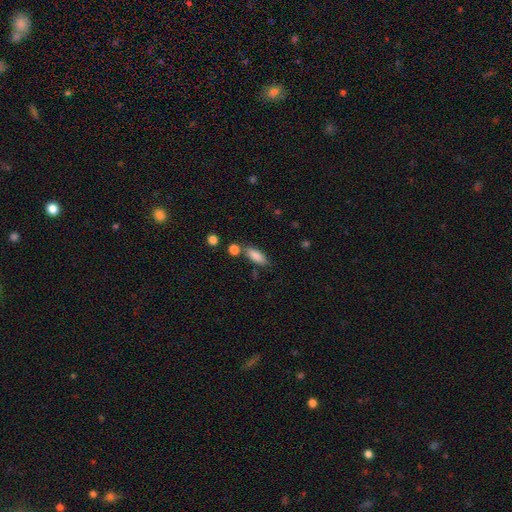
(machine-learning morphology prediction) Smooth or featured: smooth — 85% (featured or disk — 7%)
How rounded: in between — 74% (cigar-shaped — 24%)
Merging: none — 70% (minor disturbance — 14%)